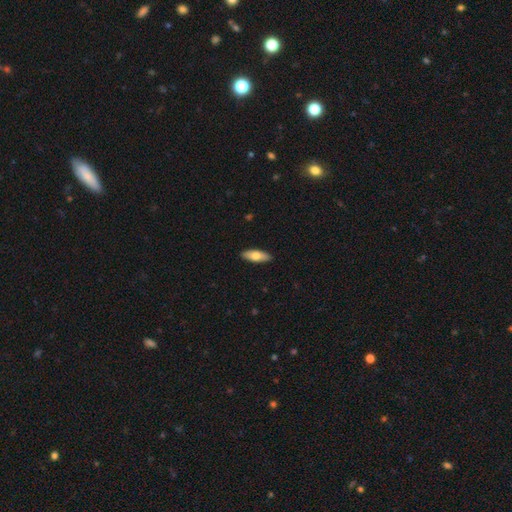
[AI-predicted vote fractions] Q: Smooth or featured?
A: smooth (71%); runner-up: featured or disk (23%)
Q: How rounded?
A: in between (69%); runner-up: cigar-shaped (29%)
Q: Merging?
A: none (90%); runner-up: minor disturbance (8%)